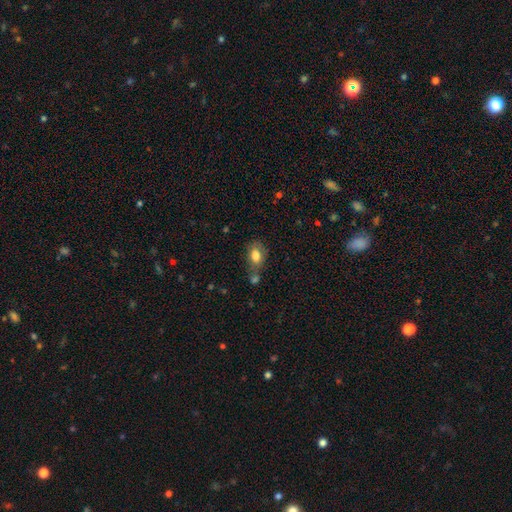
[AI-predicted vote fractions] Q: Smooth or featured?
A: smooth (79%); runner-up: featured or disk (13%)
Q: How rounded?
A: in between (83%); runner-up: round (16%)
Q: Merging?
A: none (50%); runner-up: merger (21%)